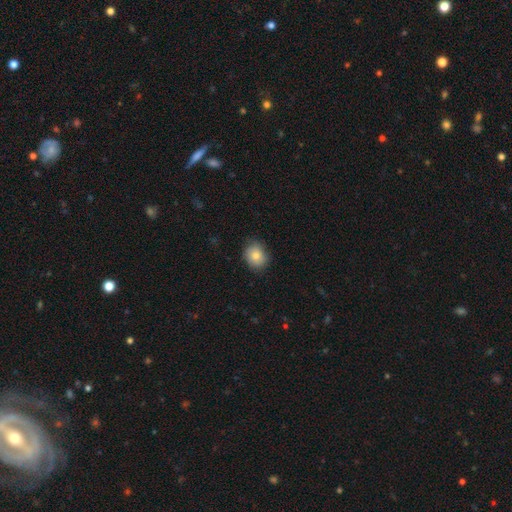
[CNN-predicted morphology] smooth-or-featured: smooth: 78% | featured or disk: 13% | star or artifact: 9%
  how-rounded: round: 68% | in between: 31% | cigar-shaped: 1%
  merging: none: 80% | minor disturbance: 16% | major disturbance: 3% | merger: 1%